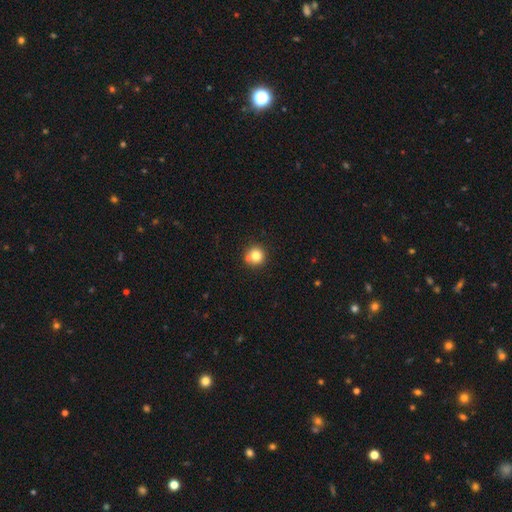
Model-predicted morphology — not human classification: Overall: smooth (80%). How rounded: round (93%). Merging: none (73%).